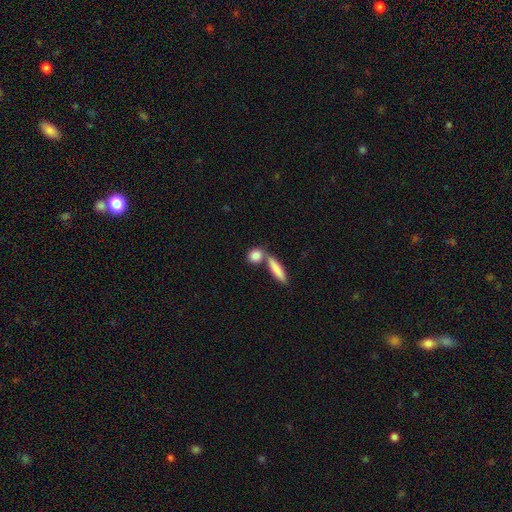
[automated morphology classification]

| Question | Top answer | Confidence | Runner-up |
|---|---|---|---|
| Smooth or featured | smooth | 85% | featured or disk (8%) |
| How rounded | round | 49% | in between (32%) |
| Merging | none | 61% | merger (26%) |